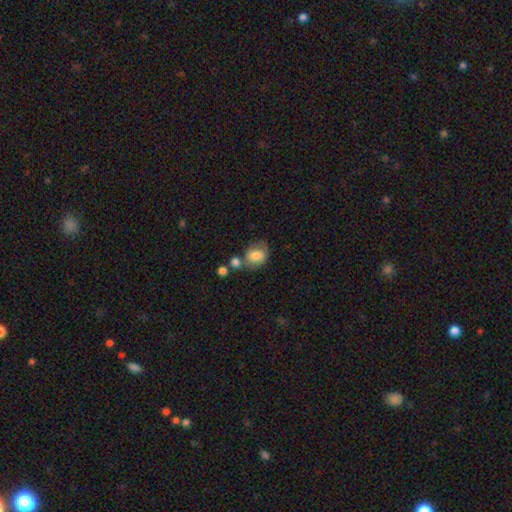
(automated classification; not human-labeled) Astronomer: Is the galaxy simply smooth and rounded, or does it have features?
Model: smooth — 76%.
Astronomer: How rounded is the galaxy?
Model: in between — 58% (runner-up: round, 41%).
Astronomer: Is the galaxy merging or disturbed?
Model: none — 47%.